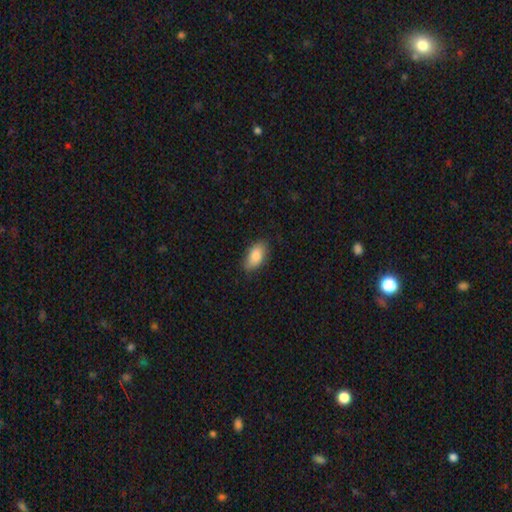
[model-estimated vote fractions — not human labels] A smooth galaxy with no disk features (83%) that is in between round and cigar-shaped (91%).

Vote fractions:
- Smooth or featured? smooth: 83% / featured or disk: 10% / star or artifact: 7%
- How rounded? in between: 91% / cigar-shaped: 5% / round: 4%
- Merging? none: 82% / minor disturbance: 15% / major disturbance: 3% / merger: 1%